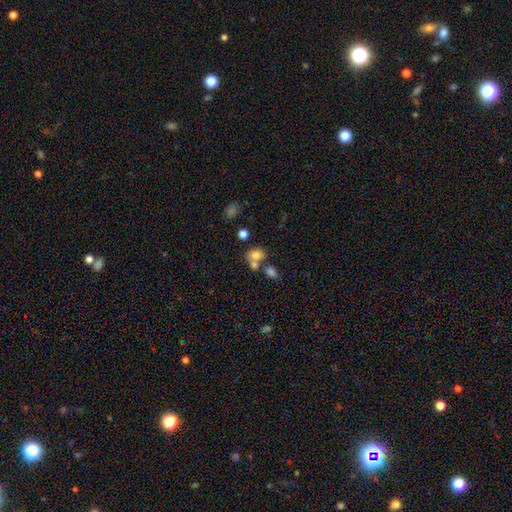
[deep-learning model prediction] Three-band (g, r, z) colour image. It shows a smooth galaxy with no disk features (74%) that is round (51%). Merging: merger (42%, tied with none).